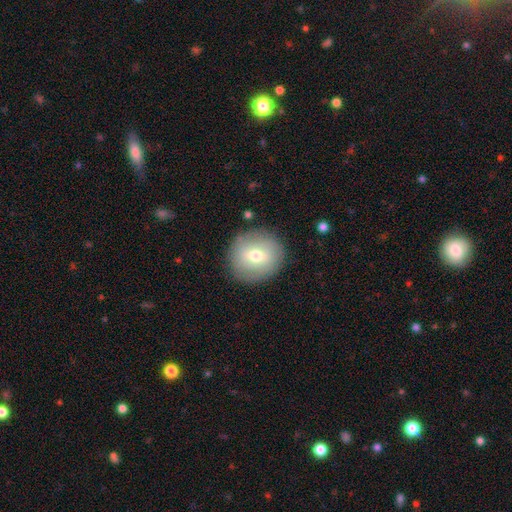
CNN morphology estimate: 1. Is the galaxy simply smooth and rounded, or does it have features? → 61% smooth, 31% featured or disk, 8% star or artifact.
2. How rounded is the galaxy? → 90% round, 9% in between, 1% cigar-shaped.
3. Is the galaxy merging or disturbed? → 86% none, 9% minor disturbance, 3% major disturbance, 1% merger.